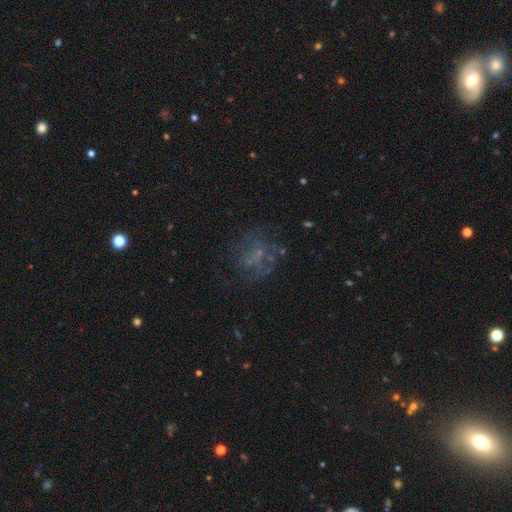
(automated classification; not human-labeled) This appears to be a featured or disk galaxy (45%). Merging: none (58%).